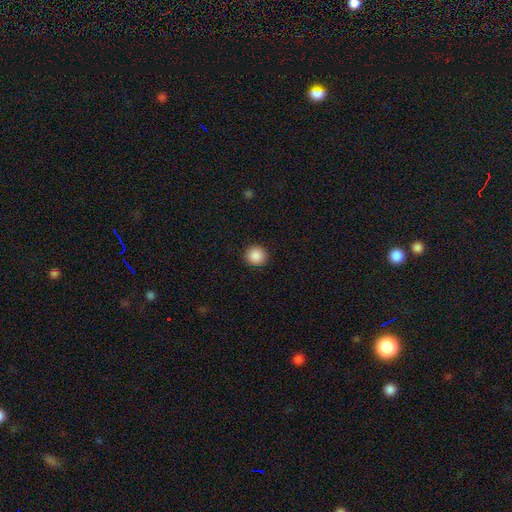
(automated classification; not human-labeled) Smooth or featured? smooth (89%)
How rounded? round (94%)
Merging? none (93%)